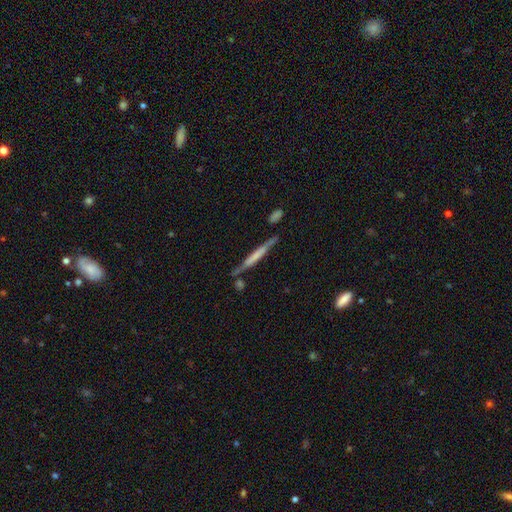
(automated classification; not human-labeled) This is possibly a featured or disk galaxy (52%). It is clearly viewed edge-on (94%). Merging: likely none (71%).